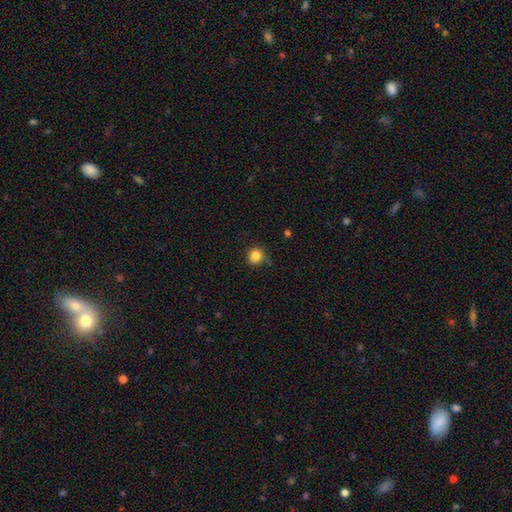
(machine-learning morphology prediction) A smooth galaxy with no disk features (84%) that is round (89%).

Vote fractions:
- Smooth or featured? smooth: 84% / star or artifact: 11% / featured or disk: 5%
- How rounded? round: 89% / in between: 10% / cigar-shaped: 1%
- Merging? none: 71% / minor disturbance: 21% / major disturbance: 5% / merger: 3%